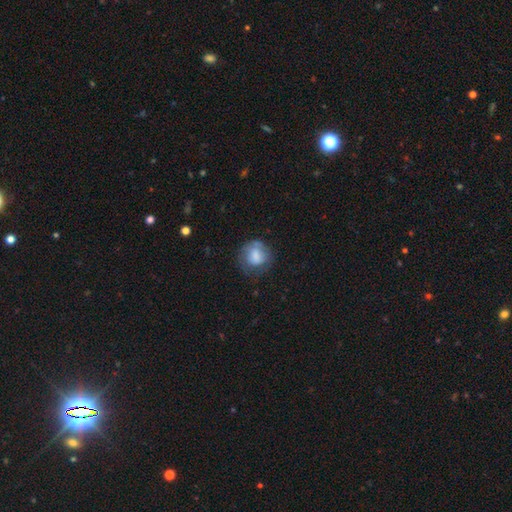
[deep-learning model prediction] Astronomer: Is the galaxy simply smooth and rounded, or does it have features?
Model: smooth — 66%.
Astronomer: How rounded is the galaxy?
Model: round — 78%.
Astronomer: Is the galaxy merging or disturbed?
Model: none — 52%.